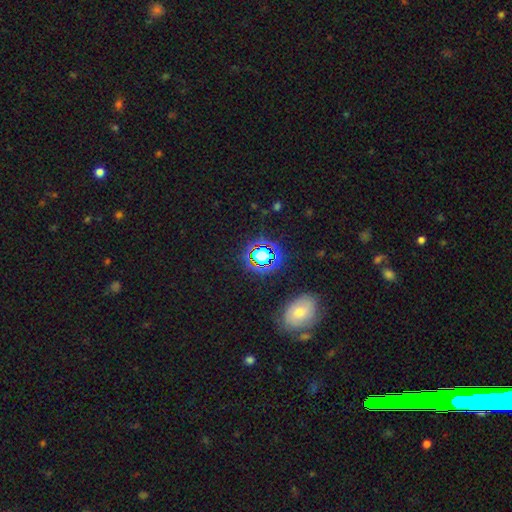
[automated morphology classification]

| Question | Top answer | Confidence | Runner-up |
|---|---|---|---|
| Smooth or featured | star or artifact | 63% | smooth (26%) |